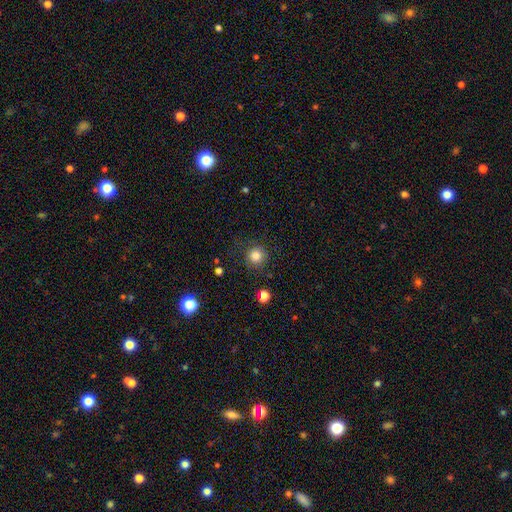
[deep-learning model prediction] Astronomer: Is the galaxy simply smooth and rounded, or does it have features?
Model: smooth — 83%.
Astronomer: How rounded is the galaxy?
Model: round — 94%.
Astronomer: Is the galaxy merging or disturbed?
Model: none — 82%.